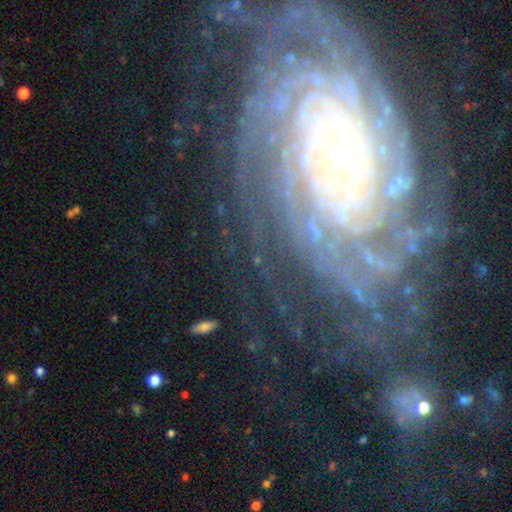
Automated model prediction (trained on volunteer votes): Morphology: type=featured or disk (86%); edge-on=no (96%); bar=no (73%); spiral arms=yes (97%); winding=tight (79%); arm count=more than 4 (34%); bulge=small (81%); merging=none (73%).